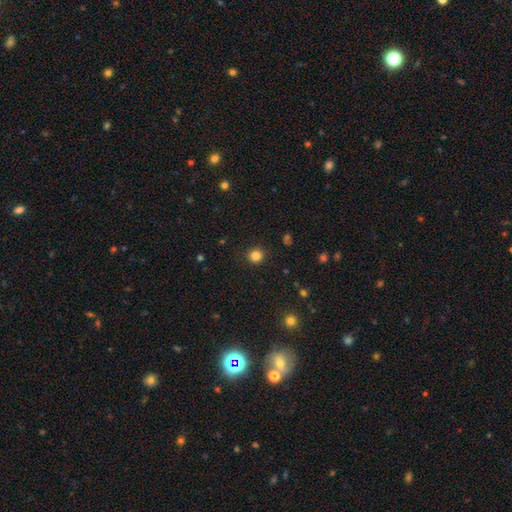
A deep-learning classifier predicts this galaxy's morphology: This appears to be a smooth galaxy with no disk features (84%) that is round (92%). Merging: none (91%).